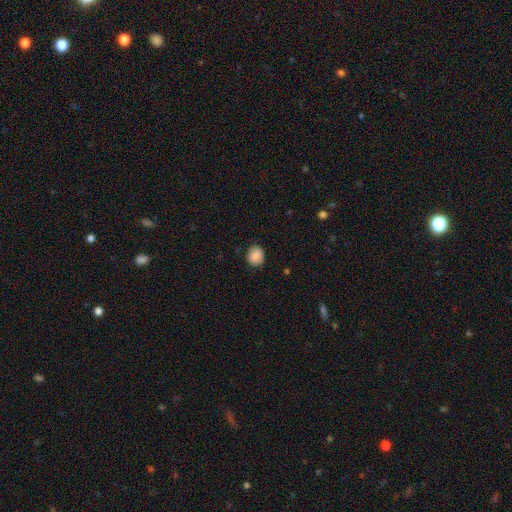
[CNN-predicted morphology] A smooth galaxy with no disk features (89%) that is round (65%). Merging: none (83%).